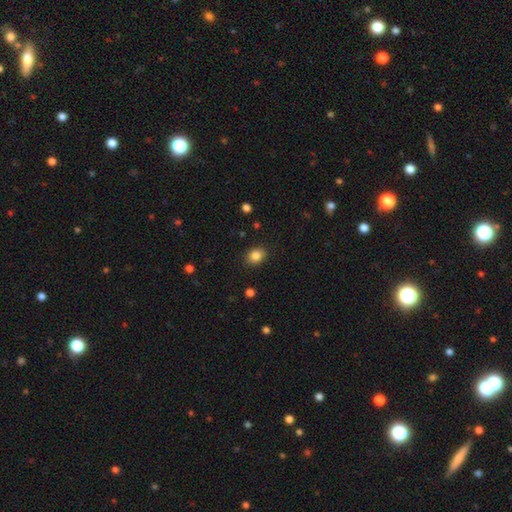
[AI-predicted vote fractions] Smooth or featured? Predicted: smooth (p=0.85). How rounded? Predicted: in between (p=0.54). Merging? Predicted: none (p=0.88).